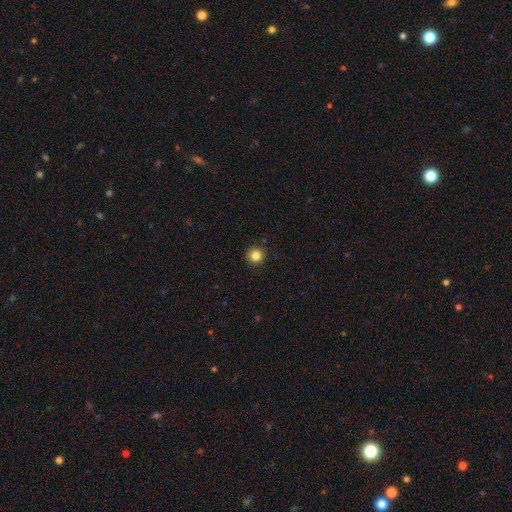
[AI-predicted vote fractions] The model was most divided on "smooth or featured": smooth: 83%, star or artifact: 12%, featured or disk: 5%. More confident: how rounded — round (95%); merging — none (92%).